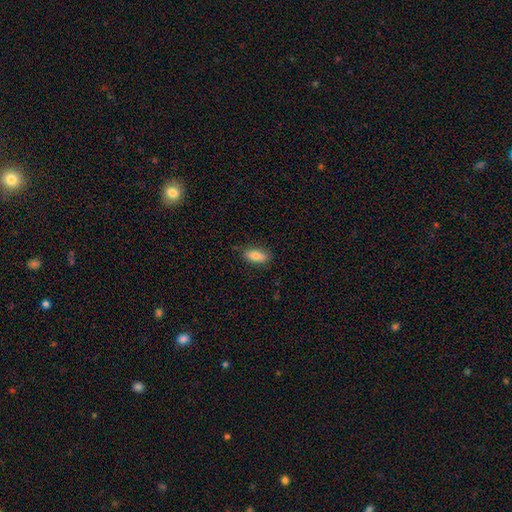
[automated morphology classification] A smooth galaxy with no disk features (79%) that is in between round and cigar-shaped (84%). Merging: none (83%).